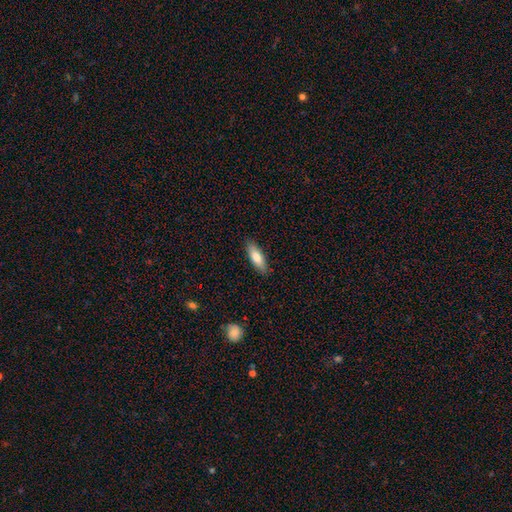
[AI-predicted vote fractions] Morphology: type=smooth (77%); roundness=in between (63%); merging=none (89%).